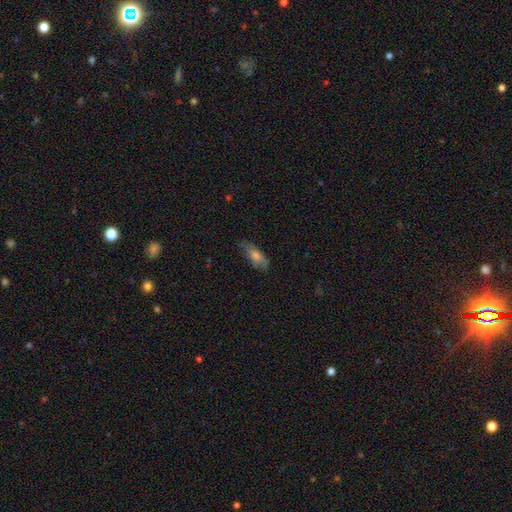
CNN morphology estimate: A smooth galaxy with no disk features (54%) that is in between round and cigar-shaped (61%). Merging: none (61%).